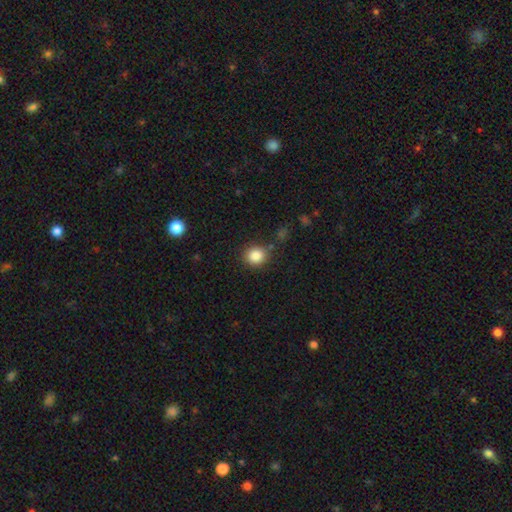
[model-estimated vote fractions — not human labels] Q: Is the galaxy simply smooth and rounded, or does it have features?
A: smooth — 86%.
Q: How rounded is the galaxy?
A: round — 82%.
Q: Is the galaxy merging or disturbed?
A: none — 82%.